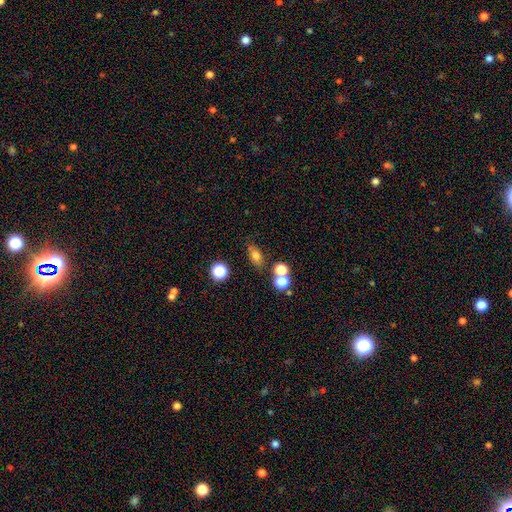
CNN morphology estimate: A smooth galaxy with no disk features (74%) that is in between round and cigar-shaped (72%). Merging: none (69%).